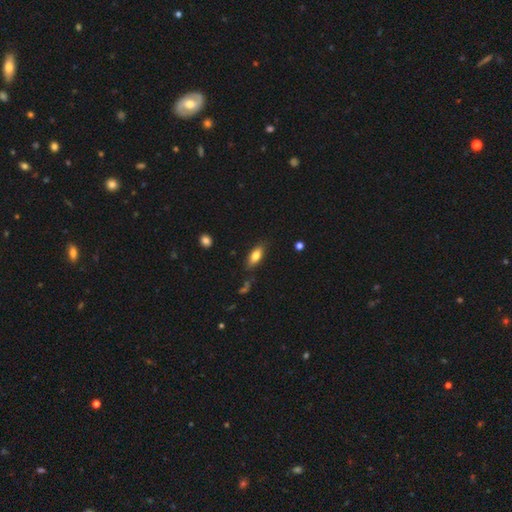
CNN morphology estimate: smooth-or-featured: smooth: 77% | featured or disk: 15% | star or artifact: 7%
  how-rounded: in between: 81% | cigar-shaped: 16% | round: 3%
  merging: none: 79% | minor disturbance: 15% | major disturbance: 3% | merger: 2%